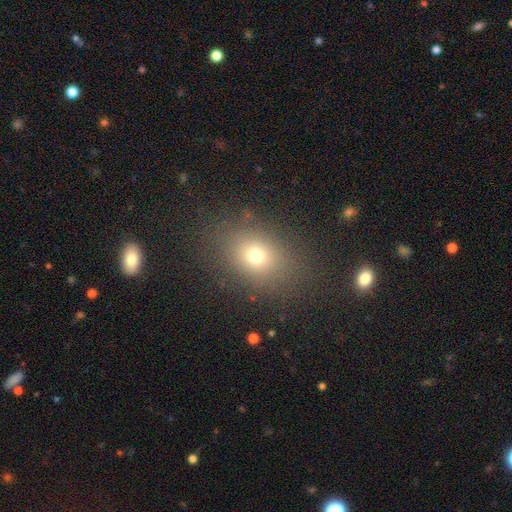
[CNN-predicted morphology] Smooth or featured? Predicted: smooth (p=0.70). How rounded? Predicted: in between (p=0.53). Merging? Predicted: none (p=0.82).